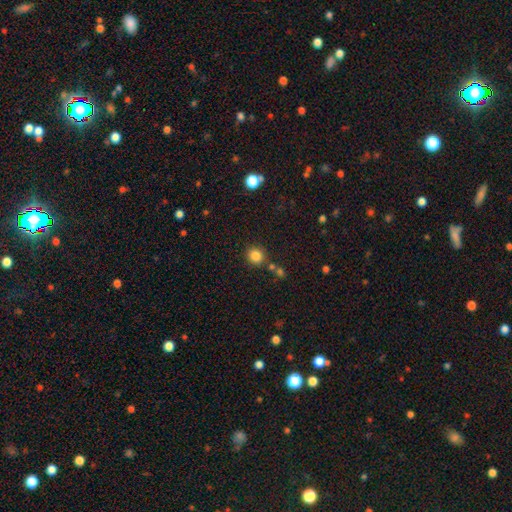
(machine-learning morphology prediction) The model was most divided on "merging": none: 79%, minor disturbance: 9%, merger: 9%, major disturbance: 3%. More confident: how rounded — round (88%); smooth or featured — smooth (84%).